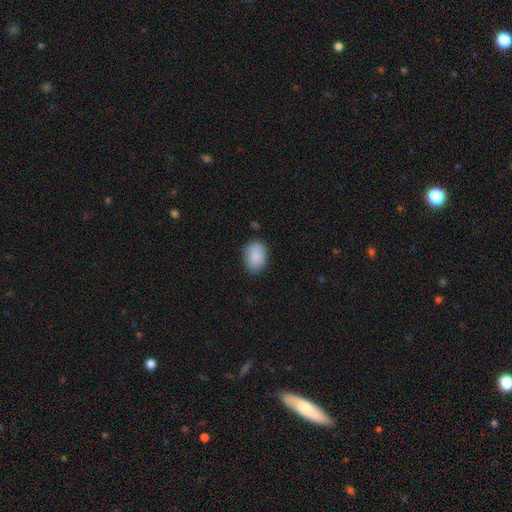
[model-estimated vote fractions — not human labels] Smooth or featured? Predicted: smooth (p=0.88). How rounded? Predicted: in between (p=0.73). Merging? Predicted: none (p=0.80).